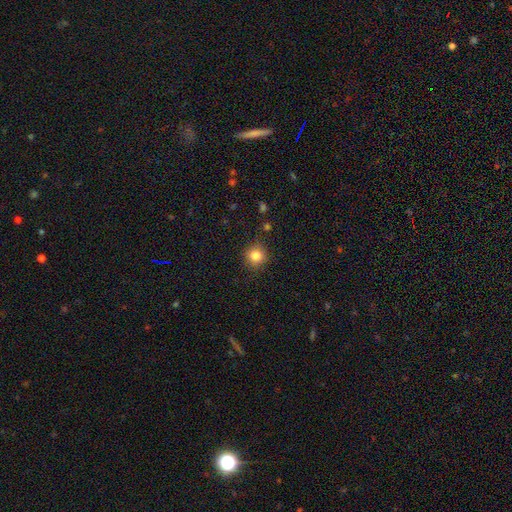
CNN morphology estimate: Q: Smooth or featured?
A: smooth (83%); runner-up: star or artifact (11%)
Q: How rounded?
A: round (92%); runner-up: in between (7%)
Q: Merging?
A: none (88%); runner-up: minor disturbance (8%)